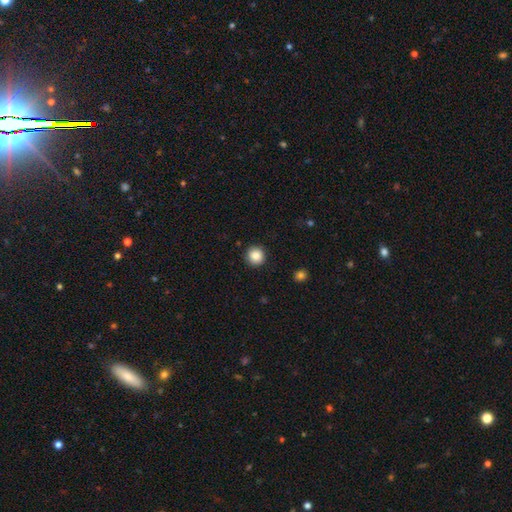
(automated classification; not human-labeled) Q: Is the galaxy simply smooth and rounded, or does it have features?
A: smooth — 87%.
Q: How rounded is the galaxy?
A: round — 93%.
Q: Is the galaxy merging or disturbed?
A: none — 91%.